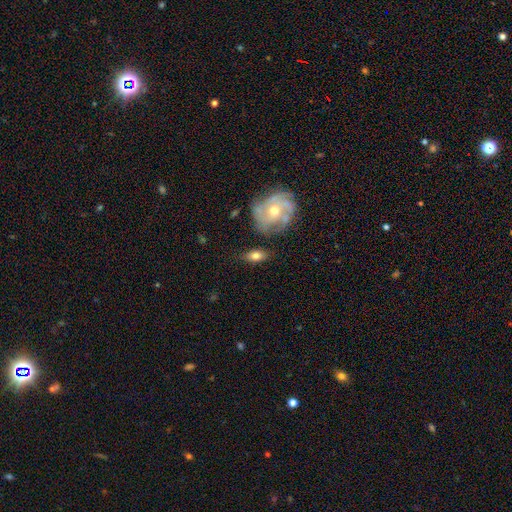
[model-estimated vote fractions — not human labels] smooth 67%, featured or disk 26%, star or artifact 7%. Down the decision tree: how rounded — in between (84%); merging — none (73%).